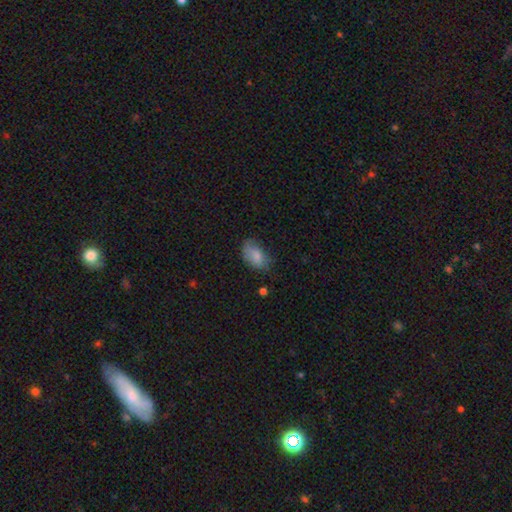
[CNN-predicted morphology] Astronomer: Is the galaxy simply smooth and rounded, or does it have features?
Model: smooth — 79%.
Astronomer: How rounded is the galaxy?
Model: in between — 90%.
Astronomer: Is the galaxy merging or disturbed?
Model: none — 58%.